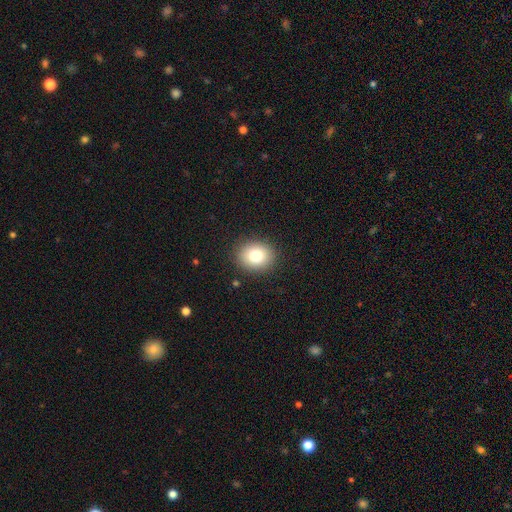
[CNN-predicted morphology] This appears to be a smooth galaxy with no disk features (79%) that is round (63%). Merging: none (89%).